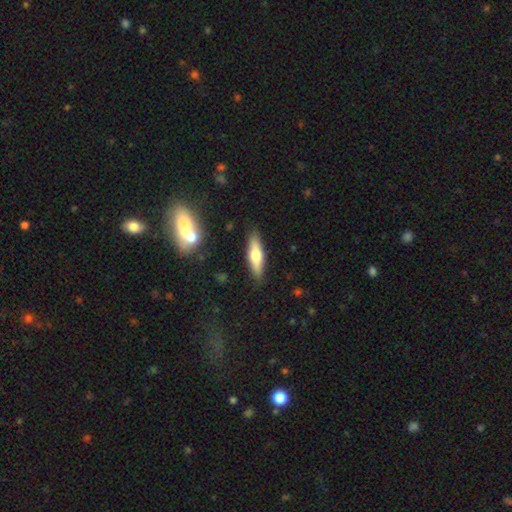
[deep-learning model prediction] Smooth or featured: smooth — 55% (featured or disk — 39%)
How rounded: cigar-shaped — 64% (in between — 34%)
Merging: none — 86% (minor disturbance — 9%)